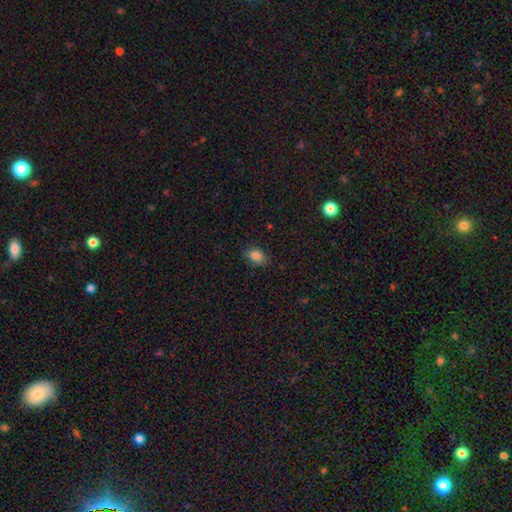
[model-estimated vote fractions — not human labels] smooth 84%, star or artifact 11%, featured or disk 5%. Down the decision tree: how rounded — in between (75%); merging — none (83%).